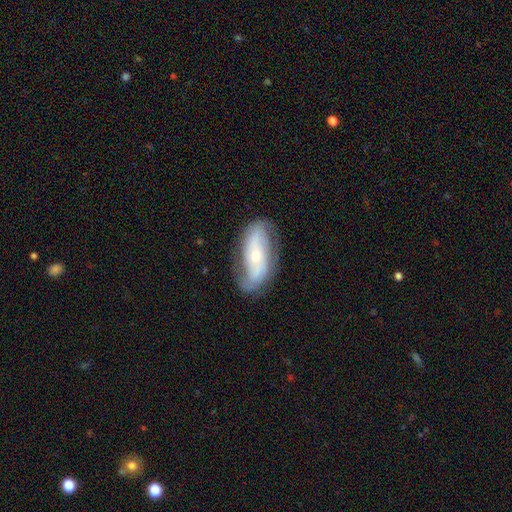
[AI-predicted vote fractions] A featured or disk galaxy (72%) with no bar (55%), 2 (78%) loose (37%) spiral arms (84%) and a small central bulge (63%). Merging: none (73%).